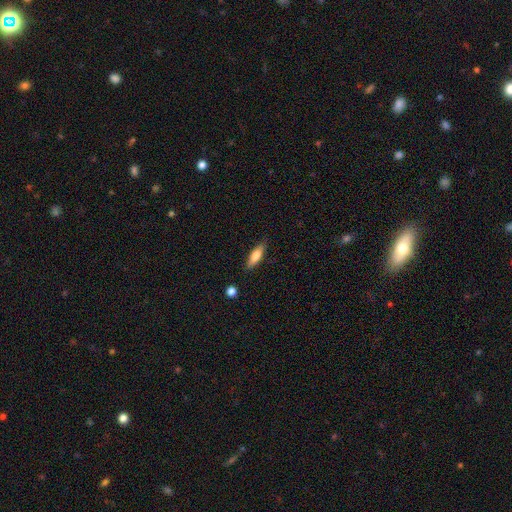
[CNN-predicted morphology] smooth_or_featured: smooth (p=0.71) [alt: featured or disk p=0.23]
how_rounded: cigar-shaped (p=0.53) [alt: in between p=0.45]
merging: none (p=0.85) [alt: minor disturbance p=0.11]